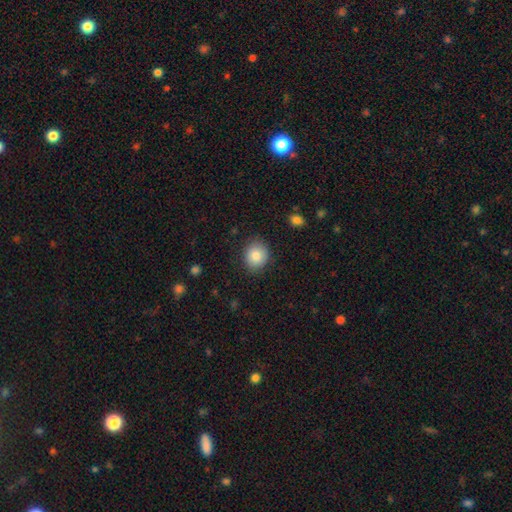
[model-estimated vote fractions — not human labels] Overall: smooth (84%). How rounded: round (75%). Merging: none (87%).